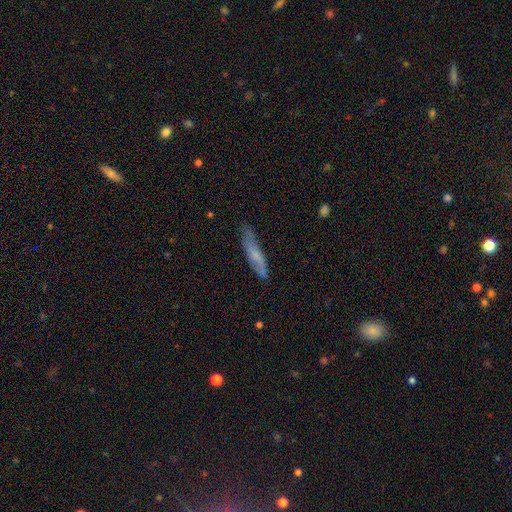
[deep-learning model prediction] Smooth or featured? smooth (55%)
How rounded? cigar-shaped (83%)
Merging? none (72%)